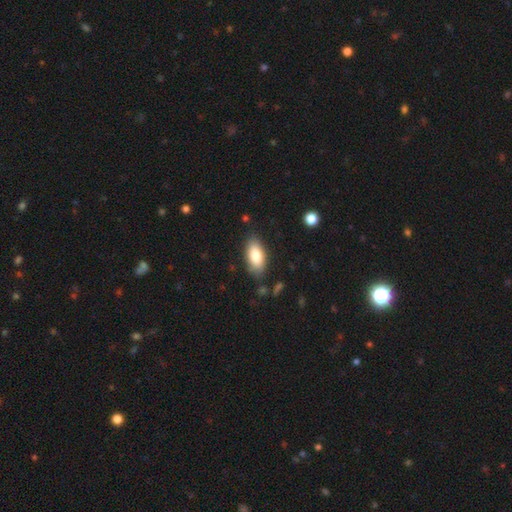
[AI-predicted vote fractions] Q: Smooth or featured?
A: smooth (83%); runner-up: featured or disk (11%)
Q: How rounded?
A: in between (89%); runner-up: cigar-shaped (8%)
Q: Merging?
A: none (82%); runner-up: minor disturbance (13%)